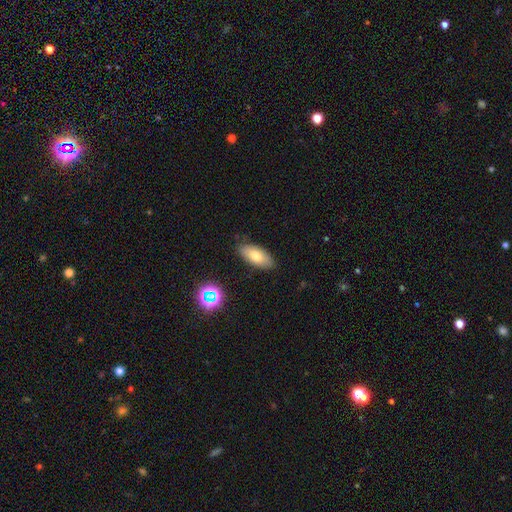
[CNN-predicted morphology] Smooth or featured: smooth — 73% (featured or disk — 18%)
How rounded: in between — 86% (cigar-shaped — 11%)
Merging: none — 85% (minor disturbance — 11%)